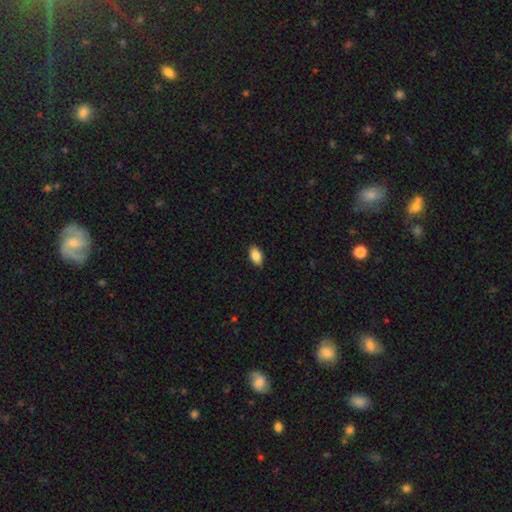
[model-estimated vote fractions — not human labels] Smooth or featured?
  - smooth: 86% *
  - star or artifact: 7%
  - featured or disk: 7%
How rounded?
  - in between: 92% *
  - round: 5%
  - cigar-shaped: 3%
Merging?
  - none: 89% *
  - minor disturbance: 8%
  - major disturbance: 2%
  - merger: 1%